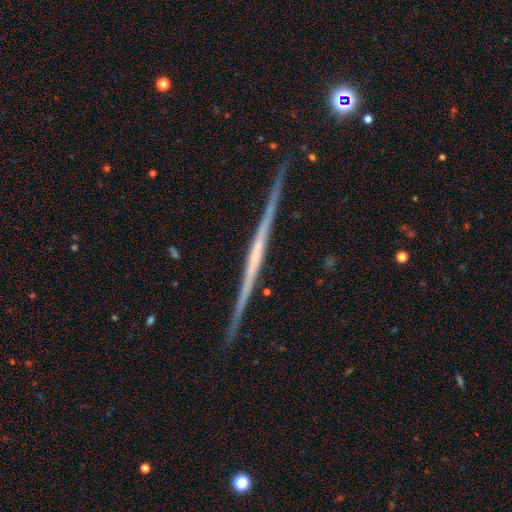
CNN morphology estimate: smooth_or_featured: featured or disk (p=0.80) [alt: smooth p=0.13]
disk_edge_on: yes (p=0.98) [alt: no p=0.02]
edge_on_bulge: none (p=0.73) [alt: rounded p=0.18]
merging: none (p=0.91) [alt: minor disturbance p=0.07]